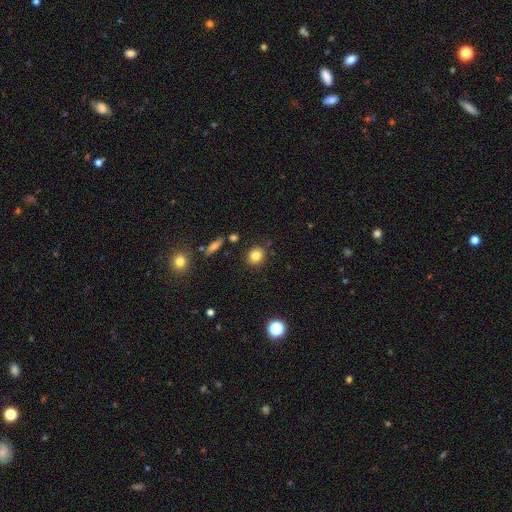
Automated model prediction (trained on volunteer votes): The model was most divided on "how rounded": round: 74%, in between: 25%, cigar-shaped: 1%. More confident: merging — none (85%); smooth or featured — smooth (82%).